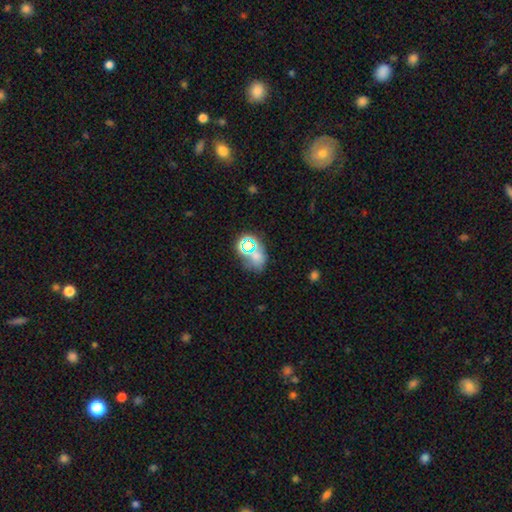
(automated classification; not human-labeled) A smooth galaxy with no disk features (48%). Merging: none (56%).